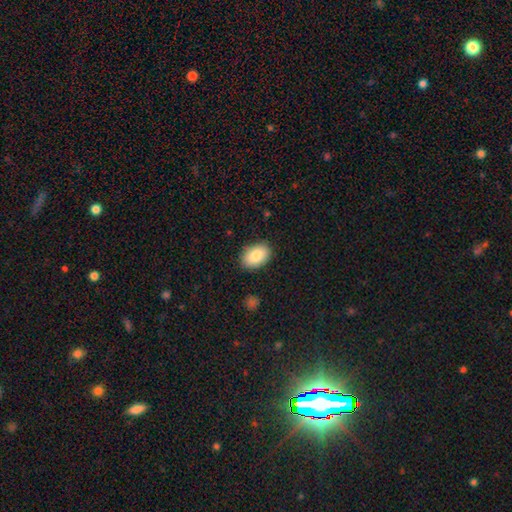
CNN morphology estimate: smooth-or-featured: smooth: 87% | featured or disk: 7% | star or artifact: 7%
  how-rounded: in between: 89% | round: 10% | cigar-shaped: 1%
  merging: none: 87% | minor disturbance: 10% | major disturbance: 2% | merger: 1%